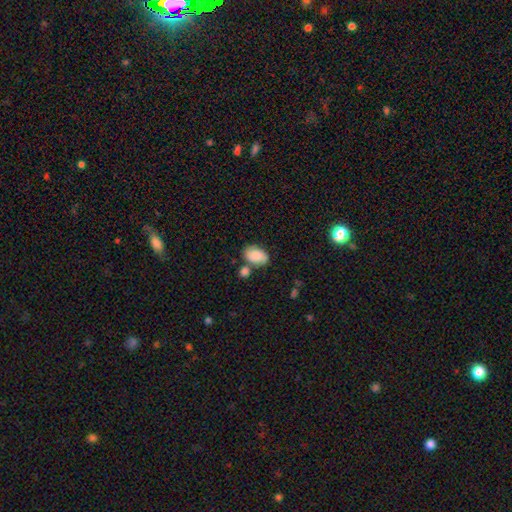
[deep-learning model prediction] smooth_or_featured: smooth (p=0.80) [alt: featured or disk p=0.12]
how_rounded: in between (p=0.87) [alt: round p=0.12]
merging: none (p=0.59) [alt: minor disturbance p=0.19]